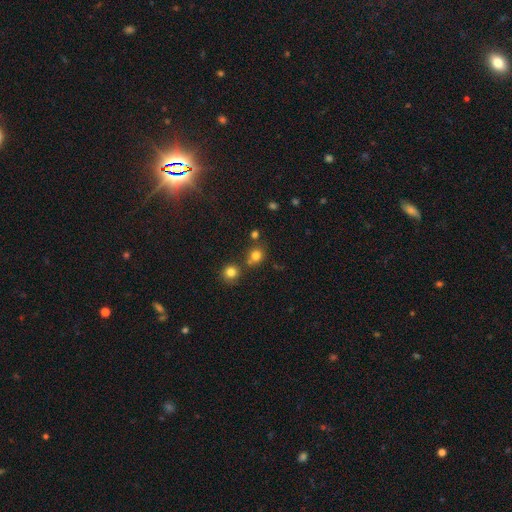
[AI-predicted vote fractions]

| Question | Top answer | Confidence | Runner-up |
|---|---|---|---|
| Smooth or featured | smooth | 77% | star or artifact (16%) |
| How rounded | round | 78% | in between (21%) |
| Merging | none | 66% | merger (19%) |